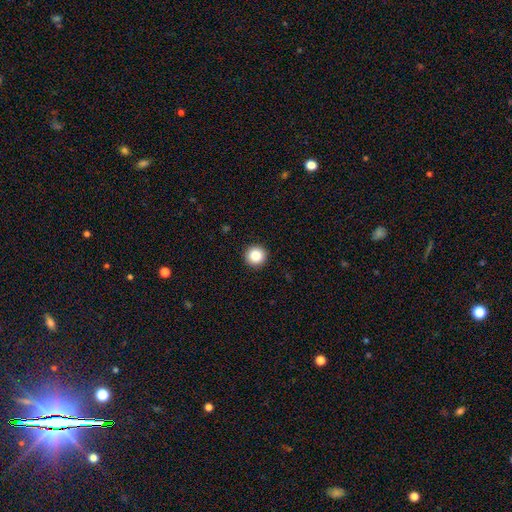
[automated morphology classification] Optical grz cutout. It shows a smooth galaxy with no disk features (85%) that is round (96%). Merging: none (94%).